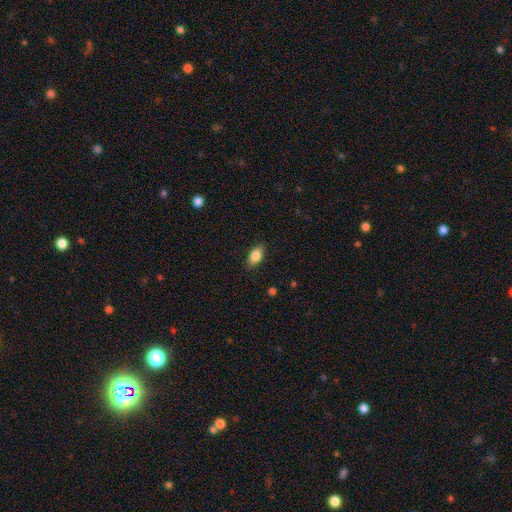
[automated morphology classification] type=smooth (85%); roundness=in between (90%); merging=none (87%).